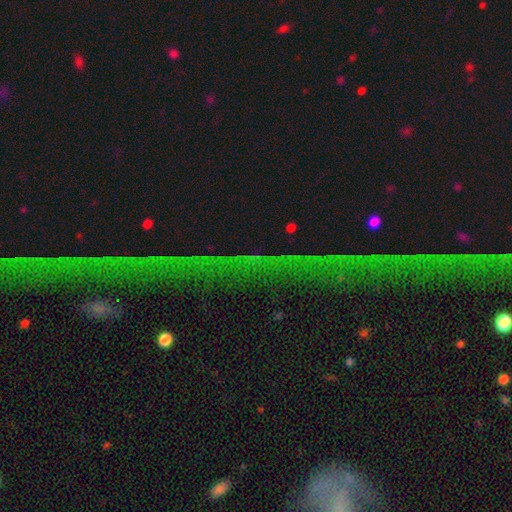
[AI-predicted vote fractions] Overall: star or artifact (74%).